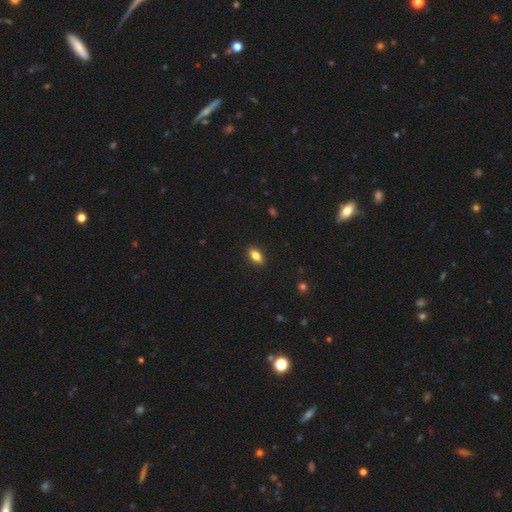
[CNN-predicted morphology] smooth-or-featured: smooth: 77% | featured or disk: 15% | star or artifact: 8%
  how-rounded: in between: 84% | cigar-shaped: 11% | round: 5%
  merging: none: 88% | minor disturbance: 9% | major disturbance: 2% | merger: 1%